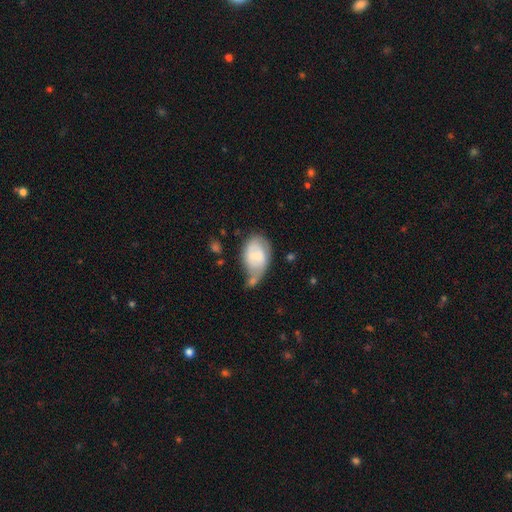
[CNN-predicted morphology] This appears to be a smooth galaxy with no disk features (54%) that is in between round and cigar-shaped (84%). Merging: minor disturbance (31%).